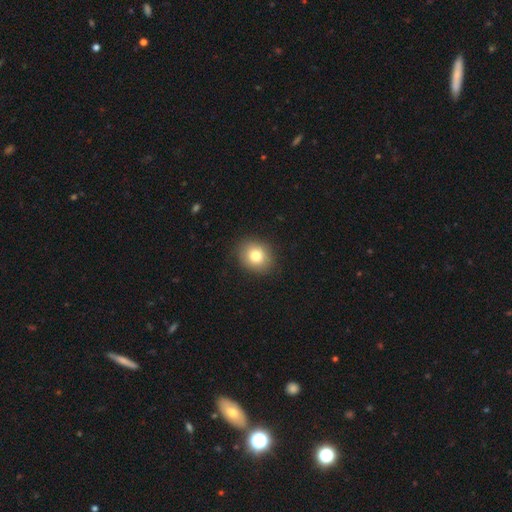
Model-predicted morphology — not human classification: smooth-or-featured: smooth: 79% | featured or disk: 11% | star or artifact: 10%
  how-rounded: round: 67% | in between: 32% | cigar-shaped: 1%
  merging: none: 88% | minor disturbance: 8% | major disturbance: 2% | merger: 1%